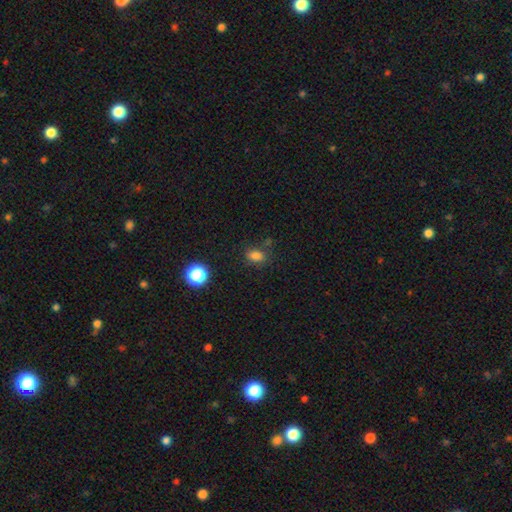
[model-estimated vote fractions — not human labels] smooth-or-featured: smooth: 80% | star or artifact: 15% | featured or disk: 6%
  how-rounded: in between: 74% | round: 24% | cigar-shaped: 2%
  merging: none: 76% | minor disturbance: 14% | merger: 5% | major disturbance: 4%